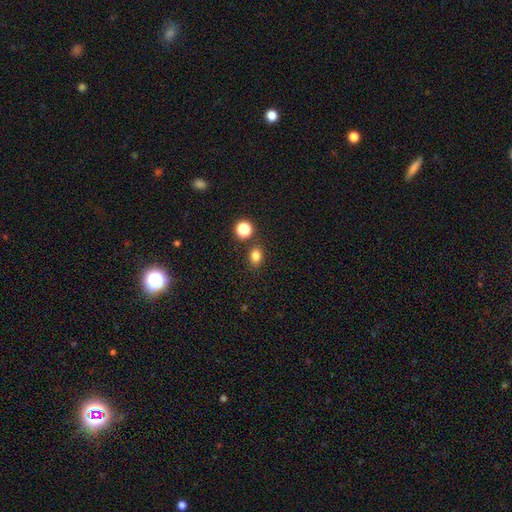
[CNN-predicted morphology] This appears to be a smooth galaxy with no disk features (80%) that is round (50%). Merging: none (79%).